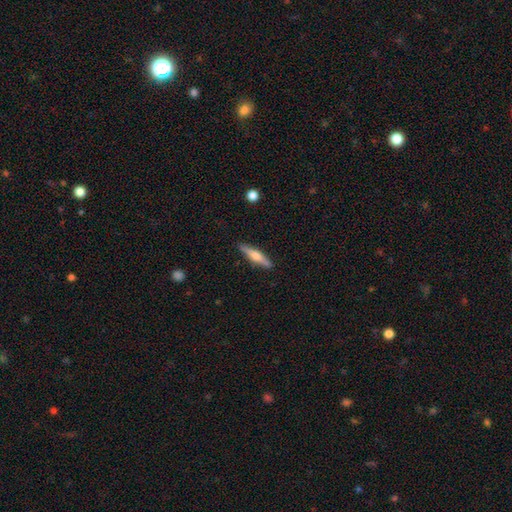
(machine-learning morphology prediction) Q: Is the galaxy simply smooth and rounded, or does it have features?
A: featured or disk — 51%.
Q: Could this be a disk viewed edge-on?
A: yes — 95%.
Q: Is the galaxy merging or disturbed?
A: none — 89%.